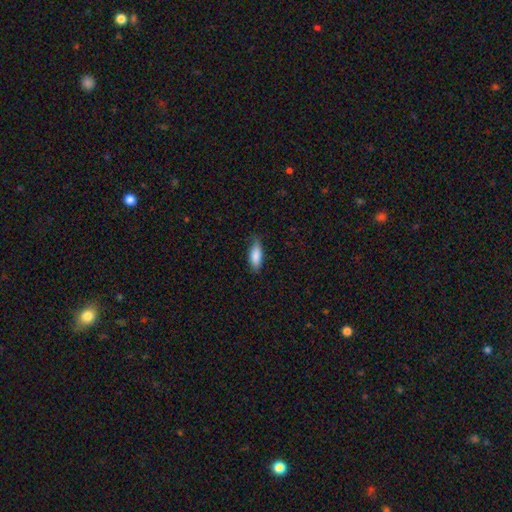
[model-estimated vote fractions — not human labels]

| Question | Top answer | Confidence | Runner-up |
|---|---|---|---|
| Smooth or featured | smooth | 86% | featured or disk (8%) |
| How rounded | in between | 73% | cigar-shaped (25%) |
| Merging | none | 76% | minor disturbance (20%) |